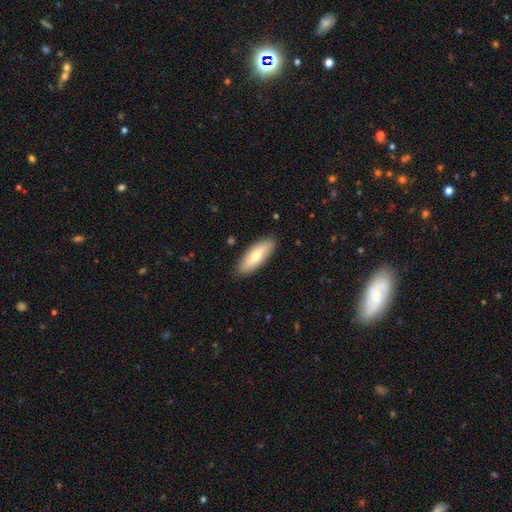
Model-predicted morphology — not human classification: smooth 68%, featured or disk 26%, star or artifact 5%. Down the decision tree: how rounded — in between (66%); merging — none (88%).